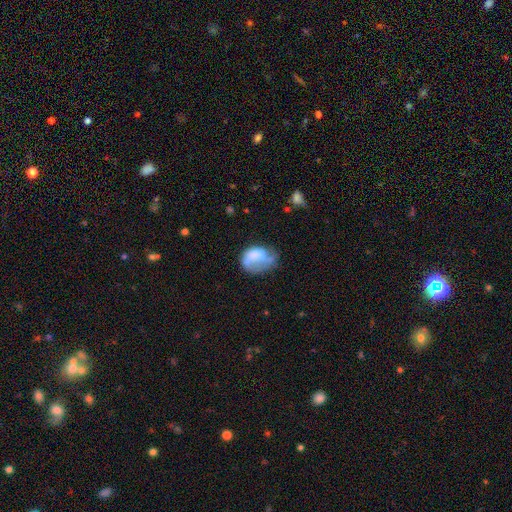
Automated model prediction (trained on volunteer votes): Smooth or featured? smooth (53%)
How rounded? in between (67%)
Merging? major disturbance (33%)